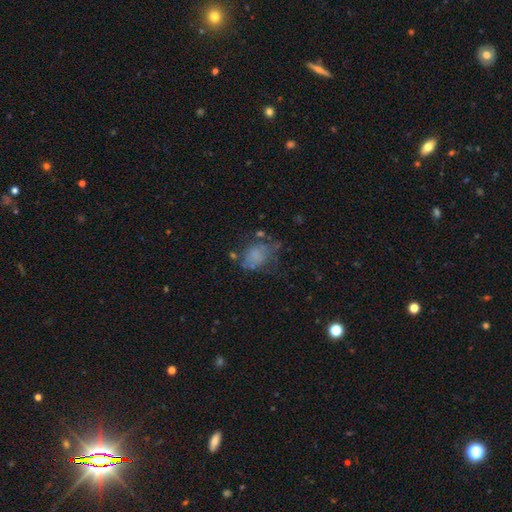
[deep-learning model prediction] The model was most divided on "merging": none: 37%, major disturbance: 29%, minor disturbance: 26%, merger: 8%. More confident: how rounded — in between (64%); smooth or featured — smooth (57%).